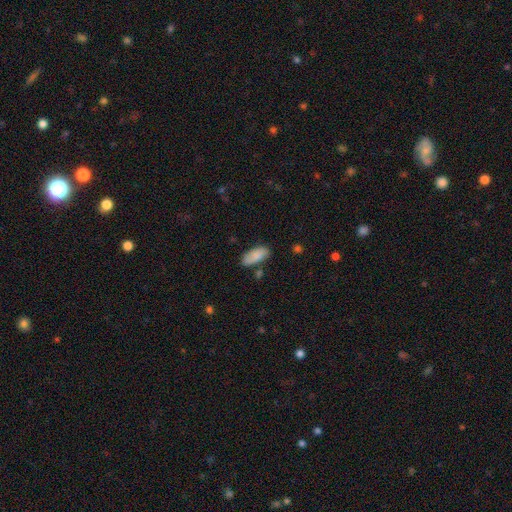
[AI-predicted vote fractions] Morphology: type=smooth (83%); roundness=in between (86%); merging=none (69%).